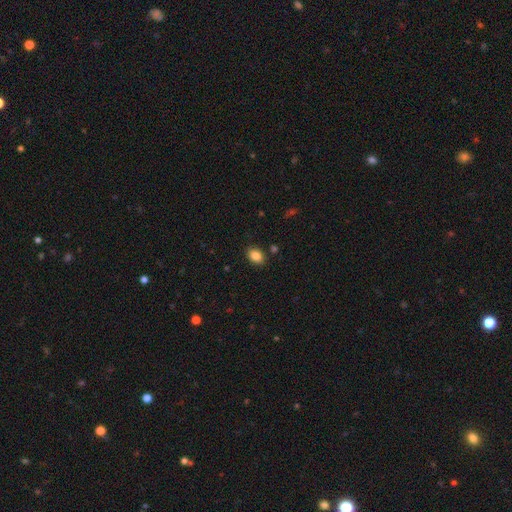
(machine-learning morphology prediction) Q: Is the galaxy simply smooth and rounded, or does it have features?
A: smooth — 86%.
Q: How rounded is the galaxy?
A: in between — 78%.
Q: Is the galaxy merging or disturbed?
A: none — 86%.